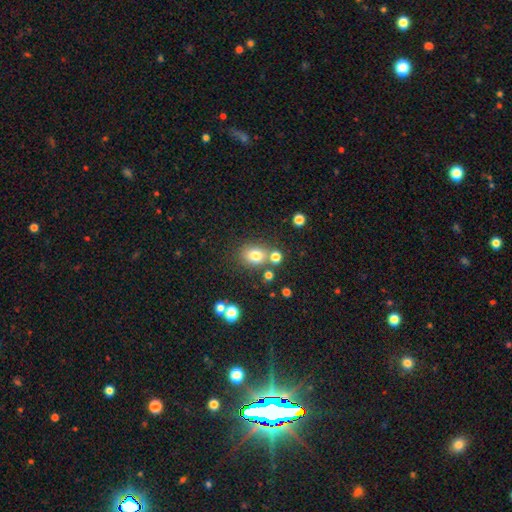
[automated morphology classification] A smooth galaxy with no disk features (76%) that is round (58%). Merging: none (67%).